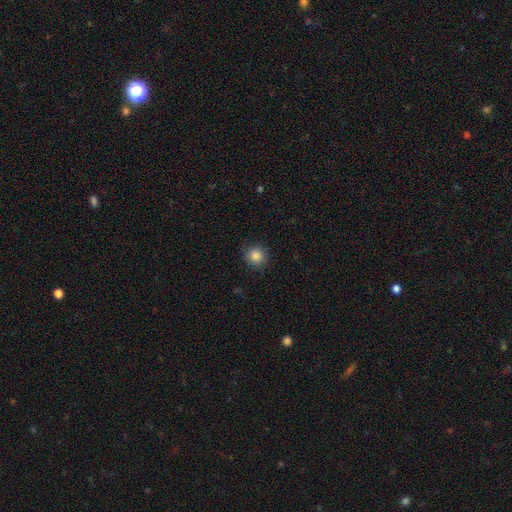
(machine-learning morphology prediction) smooth_or_featured: smooth (p=0.85) [alt: star or artifact p=0.10]
how_rounded: round (p=0.92) [alt: in between p=0.07]
merging: none (p=0.88) [alt: minor disturbance p=0.09]